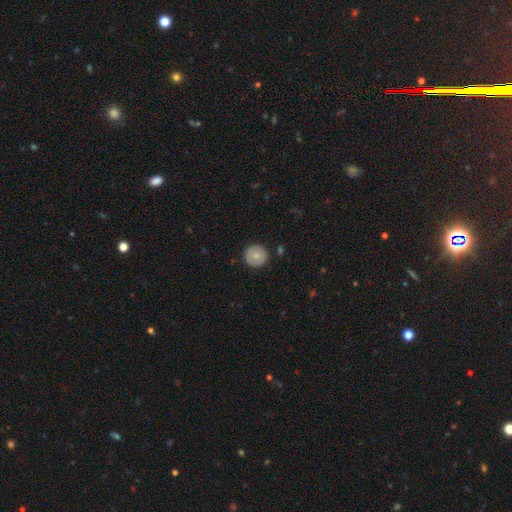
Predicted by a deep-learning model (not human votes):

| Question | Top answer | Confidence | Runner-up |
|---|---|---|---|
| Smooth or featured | smooth | 80% | featured or disk (13%) |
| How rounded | round | 95% | in between (4%) |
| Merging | none | 88% | minor disturbance (9%) |